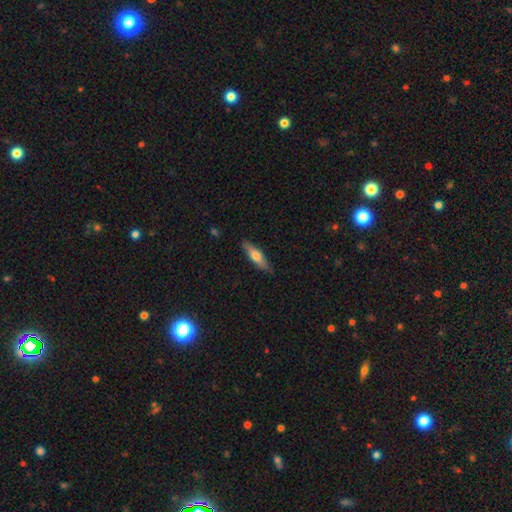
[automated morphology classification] A smooth galaxy with no disk features (58%) that is cigar-shaped (67%). Merging: none (84%).